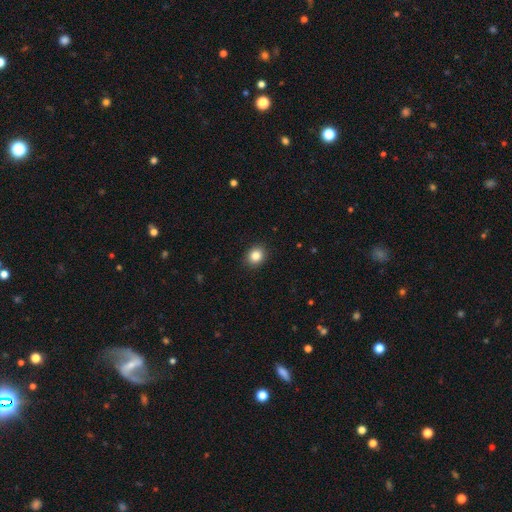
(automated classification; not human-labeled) smooth-or-featured: smooth: 84% | star or artifact: 10% | featured or disk: 5%
  how-rounded: round: 71% | in between: 28% | cigar-shaped: 1%
  merging: none: 91% | minor disturbance: 6% | major disturbance: 2% | merger: 1%